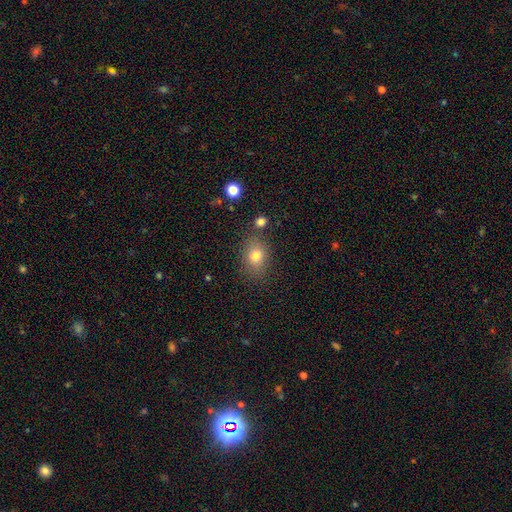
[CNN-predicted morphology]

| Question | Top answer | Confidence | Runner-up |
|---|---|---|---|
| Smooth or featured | smooth | 77% | star or artifact (12%) |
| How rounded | in between | 62% | round (36%) |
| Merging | none | 77% | minor disturbance (13%) |